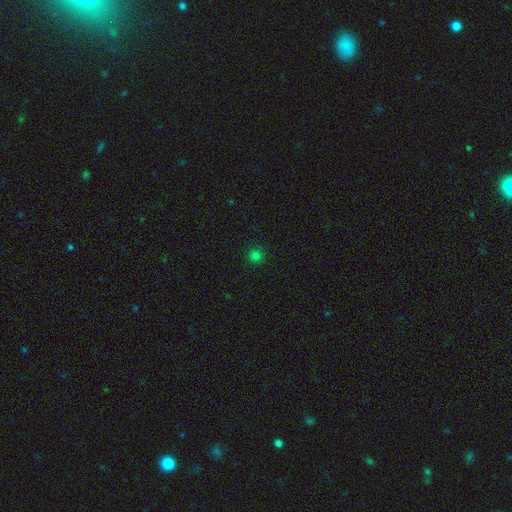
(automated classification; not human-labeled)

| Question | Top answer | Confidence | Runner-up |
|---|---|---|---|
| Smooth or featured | smooth | 78% | star or artifact (18%) |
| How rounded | round | 94% | in between (5%) |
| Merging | none | 91% | minor disturbance (6%) |